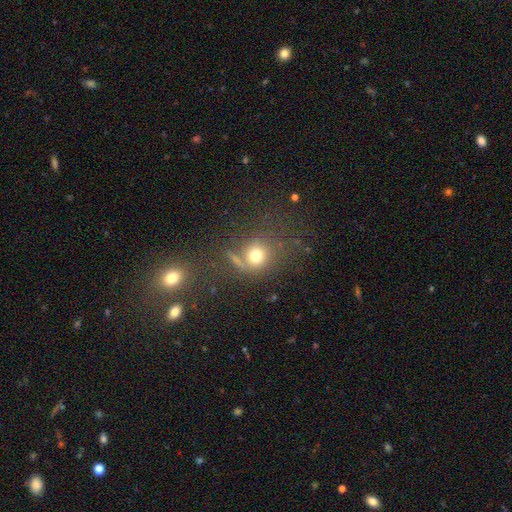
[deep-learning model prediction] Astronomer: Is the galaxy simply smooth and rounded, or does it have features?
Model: smooth — 71%.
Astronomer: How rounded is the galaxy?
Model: round — 83%.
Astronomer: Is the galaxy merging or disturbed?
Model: none — 59%.